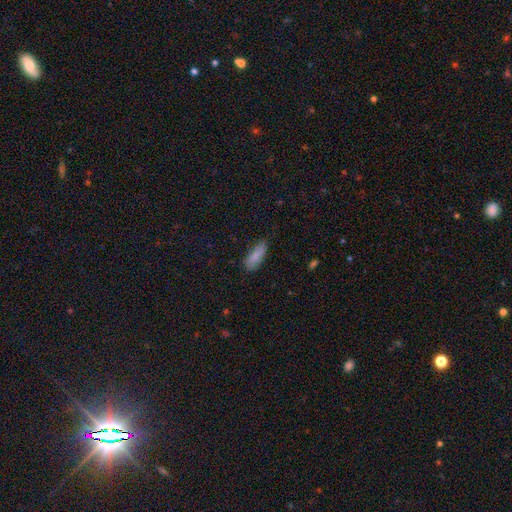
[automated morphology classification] A smooth galaxy with no disk features (84%) that is in between round and cigar-shaped (68%).

Vote fractions:
- Smooth or featured? smooth: 84% / featured or disk: 9% / star or artifact: 7%
- How rounded? in between: 68% / cigar-shaped: 31% / round: 2%
- Merging? none: 76% / minor disturbance: 18% / major disturbance: 4% / merger: 1%